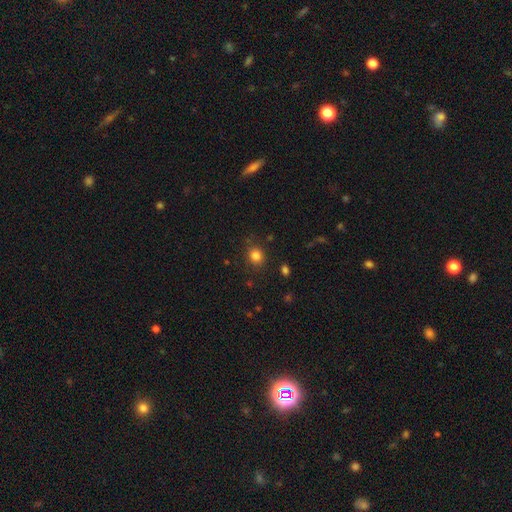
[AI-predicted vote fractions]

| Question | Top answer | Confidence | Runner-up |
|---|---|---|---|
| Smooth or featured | smooth | 82% | star or artifact (12%) |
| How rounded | round | 77% | in between (22%) |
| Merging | none | 83% | minor disturbance (11%) |